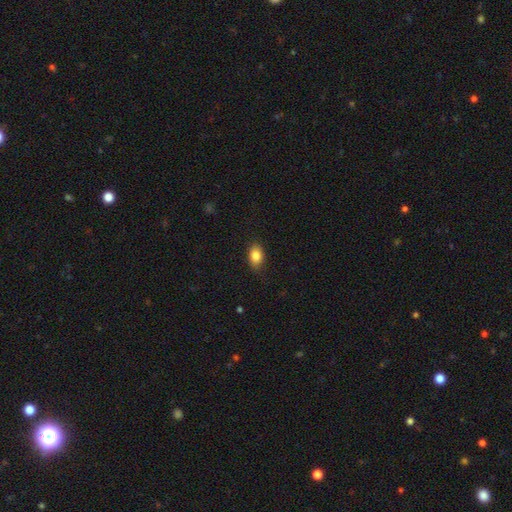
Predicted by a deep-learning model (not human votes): Q: Smooth or featured?
A: smooth (84%); runner-up: star or artifact (8%)
Q: How rounded?
A: in between (82%); runner-up: round (16%)
Q: Merging?
A: none (81%); runner-up: minor disturbance (15%)